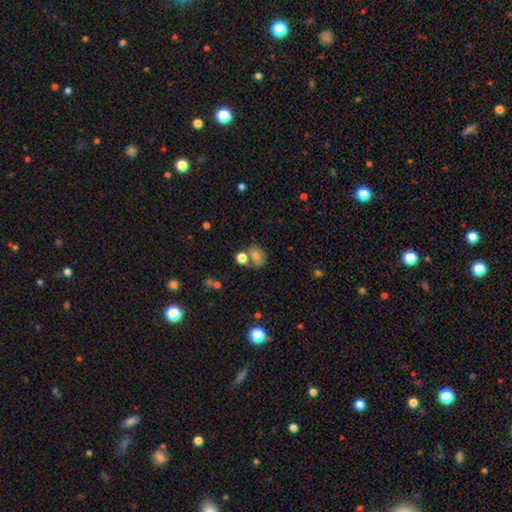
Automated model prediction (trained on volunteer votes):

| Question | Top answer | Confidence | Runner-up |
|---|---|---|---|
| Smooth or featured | smooth | 75% | star or artifact (13%) |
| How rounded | round | 55% | in between (43%) |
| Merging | none | 53% | merger (26%) |